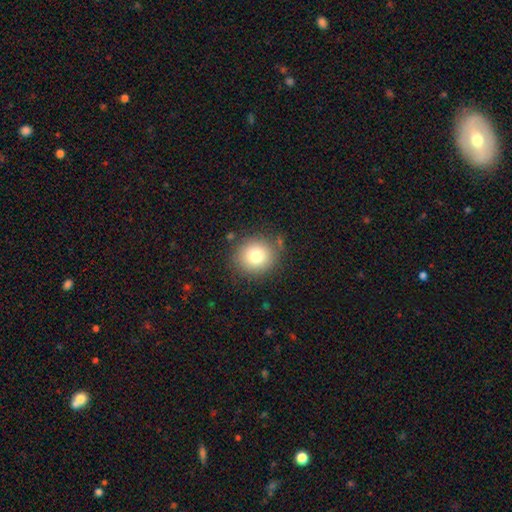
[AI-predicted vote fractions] The model was most divided on "smooth or featured": smooth: 79%, star or artifact: 11%, featured or disk: 10%. More confident: how rounded — round (86%); merging — none (83%).